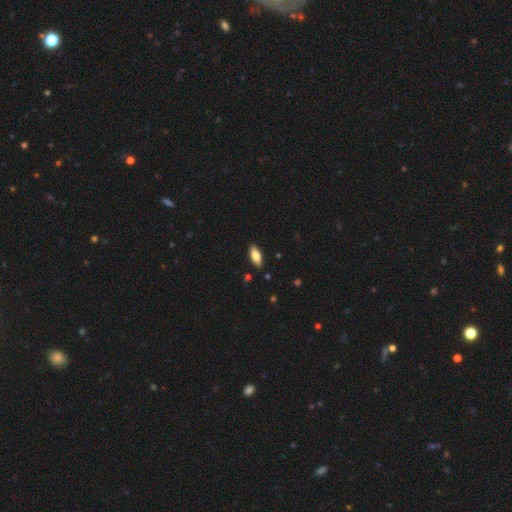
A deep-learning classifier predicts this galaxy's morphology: This appears to be a smooth galaxy with no disk features (74%) that is in between round and cigar-shaped (83%). Merging: none (89%).